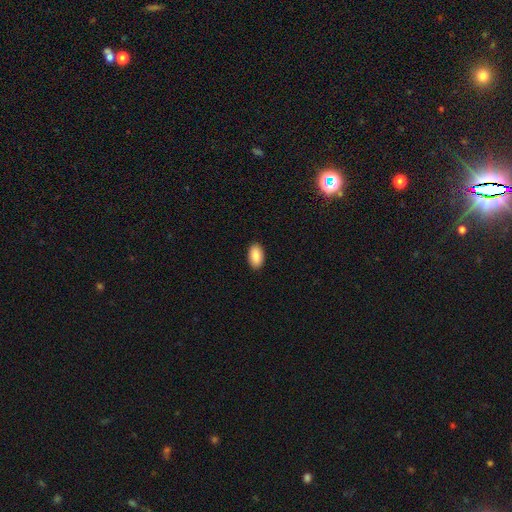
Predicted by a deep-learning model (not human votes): Q: Smooth or featured?
A: smooth (89%); runner-up: star or artifact (6%)
Q: How rounded?
A: in between (95%); runner-up: round (3%)
Q: Merging?
A: none (91%); runner-up: minor disturbance (7%)